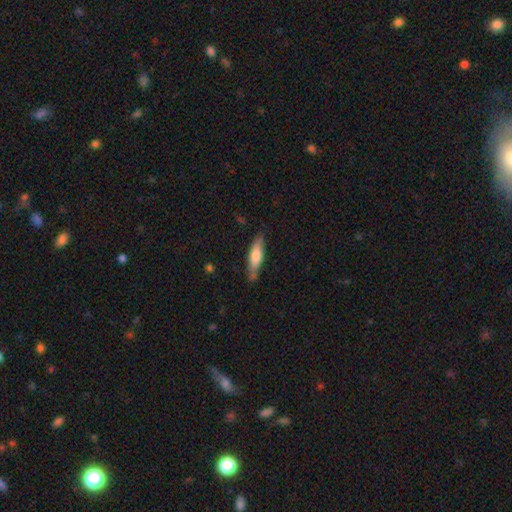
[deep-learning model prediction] A smooth galaxy with no disk features (69%) that is cigar-shaped (69%).

Vote fractions:
- Smooth or featured? smooth: 69% / featured or disk: 26% / star or artifact: 6%
- How rounded? cigar-shaped: 69% / in between: 30% / round: 2%
- Merging? none: 75% / minor disturbance: 19% / merger: 3% / major disturbance: 3%